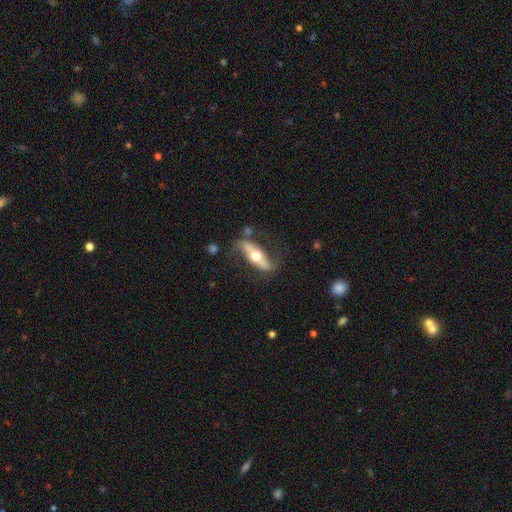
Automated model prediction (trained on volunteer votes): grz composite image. It shows a featured or disk galaxy (67%). Merging: none (69%).